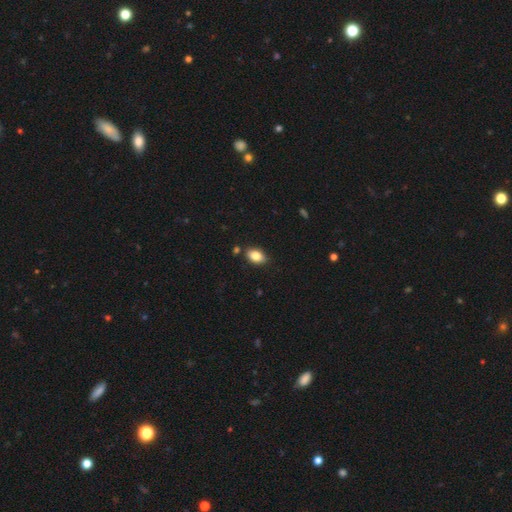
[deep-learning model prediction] smooth 84%, star or artifact 8%, featured or disk 8%. Down the decision tree: how rounded — in between (89%); merging — none (82%).